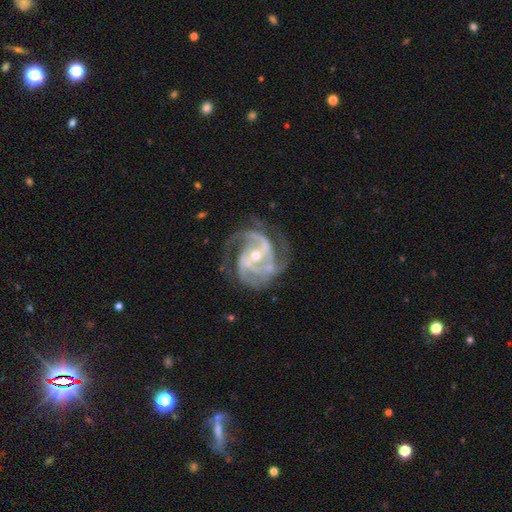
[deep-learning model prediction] Smooth or featured?
  - featured or disk: 93% *
  - star or artifact: 4%
  - smooth: 3%
Edge-on disk?
  - no: 98% *
  - yes: 2%
Bar?
  - weak: 39% *
  - strong: 36%
  - no: 25%
Spiral arms?
  - yes: 98% *
  - no: 2%
Spiral winding?
  - medium: 49% *
  - tight: 41%
  - loose: 9%
Spiral arm count?
  - 3: 42% *
  - 2: 33%
  - 4: 9%
  - can't tell: 8%
  - 1: 4%
  - more than 4: 4%
Bulge size?
  - small: 50% *
  - moderate: 47%
  - large: 1%
  - none: 1%
  - dominant: 1%
Merging?
  - none: 67% *
  - minor disturbance: 19%
  - major disturbance: 12%
  - merger: 2%